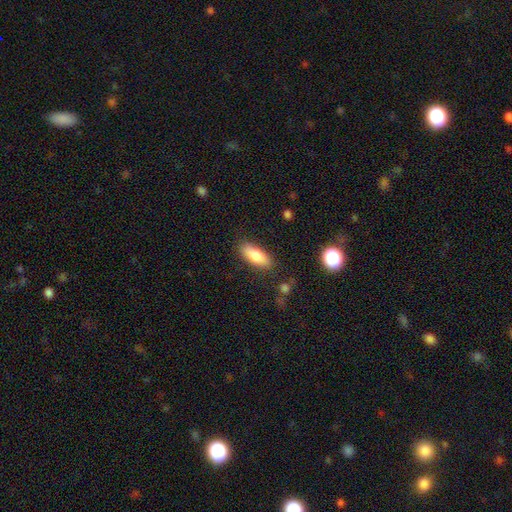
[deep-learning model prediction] Smooth or featured?
  - smooth: 81% *
  - featured or disk: 12%
  - star or artifact: 7%
How rounded?
  - in between: 74% *
  - cigar-shaped: 24%
  - round: 2%
Merging?
  - none: 83% *
  - minor disturbance: 12%
  - major disturbance: 3%
  - merger: 2%